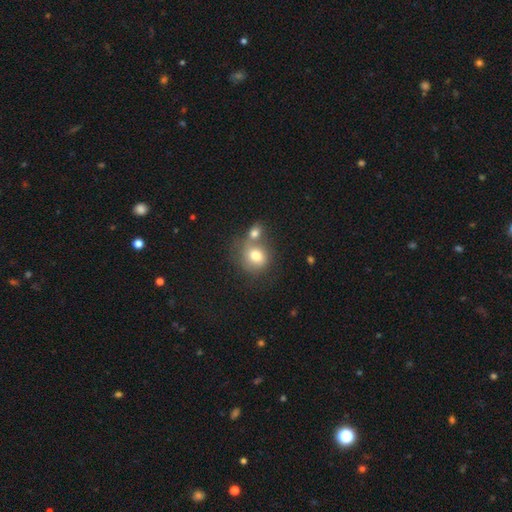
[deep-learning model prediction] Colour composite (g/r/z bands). It shows a smooth galaxy with no disk features (77%) that is round (73%). Merging: merger (45%).